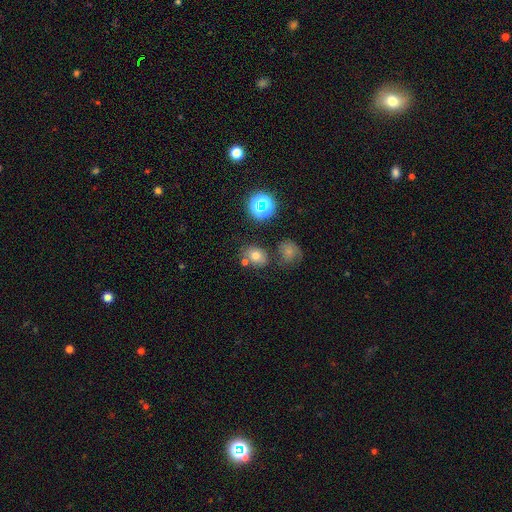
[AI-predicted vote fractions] A smooth galaxy with no disk features (67%) that is in between round and cigar-shaped (51%).

Vote fractions:
- Smooth or featured? smooth: 67% / star or artifact: 20% / featured or disk: 13%
- How rounded? in between: 51% / round: 48% / cigar-shaped: 1%
- Merging? none: 65% / minor disturbance: 15% / merger: 15% / major disturbance: 5%